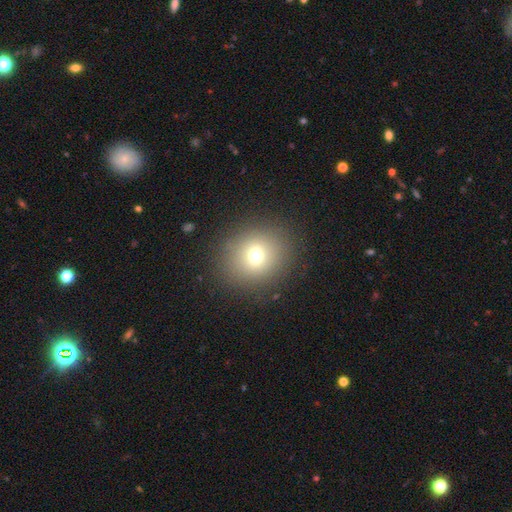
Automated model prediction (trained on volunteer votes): Smooth or featured? Predicted: smooth (p=0.70). How rounded? Predicted: round (p=0.84). Merging? Predicted: none (p=0.88).